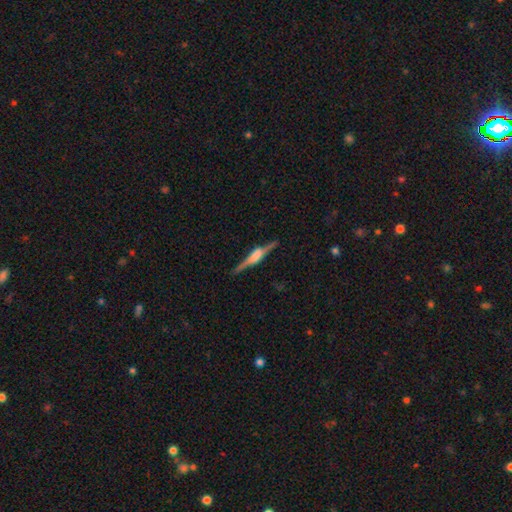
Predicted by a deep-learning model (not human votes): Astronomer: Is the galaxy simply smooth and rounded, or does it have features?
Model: featured or disk — 82%.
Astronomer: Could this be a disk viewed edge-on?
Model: yes — 98%.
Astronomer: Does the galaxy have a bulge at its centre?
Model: rounded — 65%.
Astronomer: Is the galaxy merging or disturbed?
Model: none — 88%.